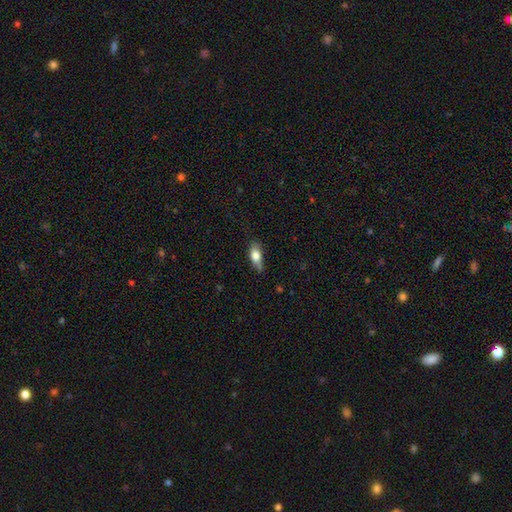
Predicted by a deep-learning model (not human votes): Smooth or featured?
  - smooth: 74% *
  - featured or disk: 19%
  - star or artifact: 8%
How rounded?
  - in between: 79% *
  - cigar-shaped: 16%
  - round: 5%
Merging?
  - none: 57% *
  - minor disturbance: 33%
  - major disturbance: 8%
  - merger: 2%